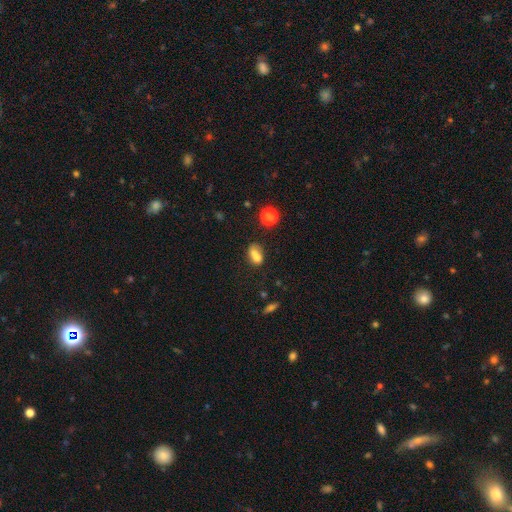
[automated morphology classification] smooth-or-featured: smooth: 69% | featured or disk: 18% | star or artifact: 13%
  how-rounded: in between: 63% | round: 34% | cigar-shaped: 3%
  merging: merger: 54% | none: 29% | minor disturbance: 11% | major disturbance: 6%